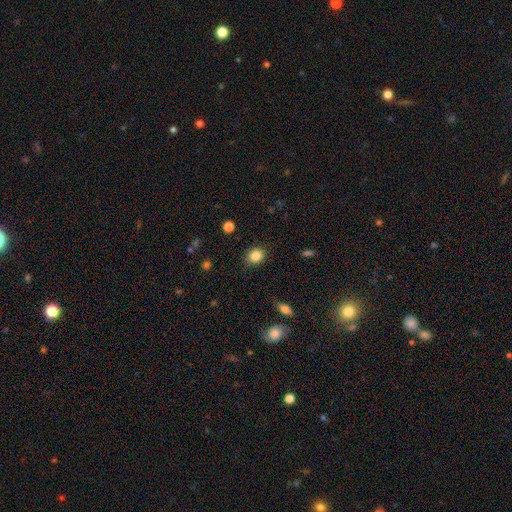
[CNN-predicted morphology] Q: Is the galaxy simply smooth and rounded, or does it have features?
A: smooth — 84%.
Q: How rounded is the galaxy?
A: round — 58%.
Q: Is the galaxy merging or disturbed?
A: none — 84%.